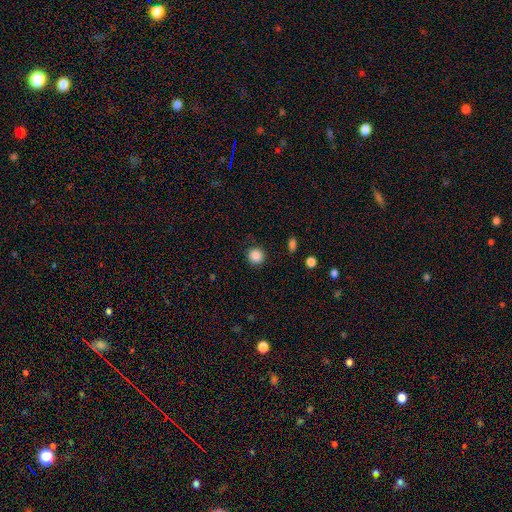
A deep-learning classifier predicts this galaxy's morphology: The model was most divided on "smooth or featured": smooth: 87%, star or artifact: 10%, featured or disk: 3%. More confident: how rounded — round (92%); merging — none (89%).